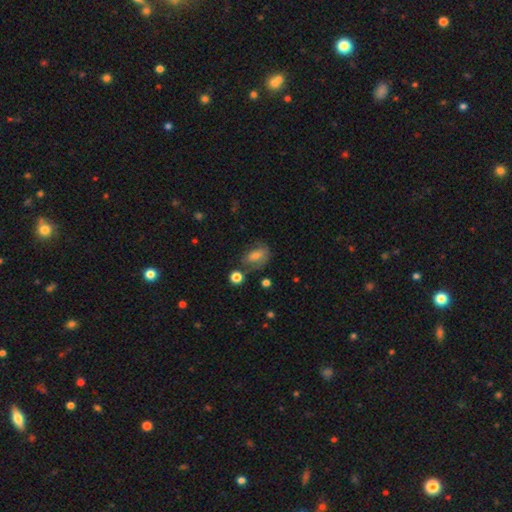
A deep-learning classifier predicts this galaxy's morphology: smooth_or_featured: smooth (p=0.61) [alt: featured or disk p=0.27]
how_rounded: in between (p=0.74) [alt: round p=0.23]
merging: none (p=0.58) [alt: minor disturbance p=0.24]